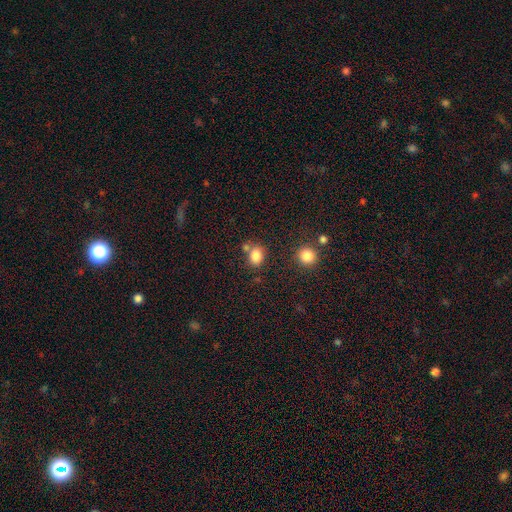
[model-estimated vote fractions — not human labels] Smooth or featured? smooth (83%)
How rounded? in between (57%)
Merging? none (63%)